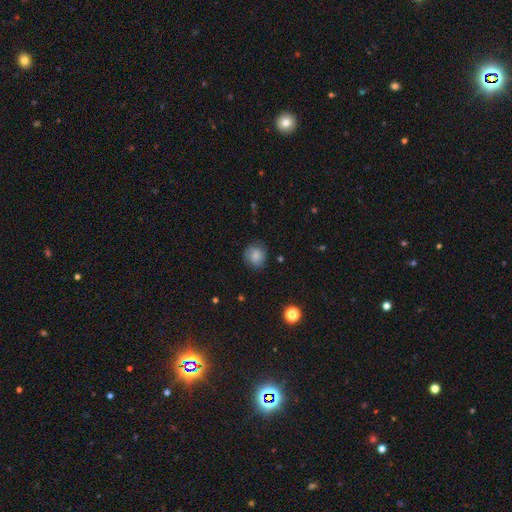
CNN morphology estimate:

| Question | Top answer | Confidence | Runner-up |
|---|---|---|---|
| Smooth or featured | smooth | 81% | featured or disk (9%) |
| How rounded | round | 84% | in between (15%) |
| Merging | none | 81% | minor disturbance (14%) |